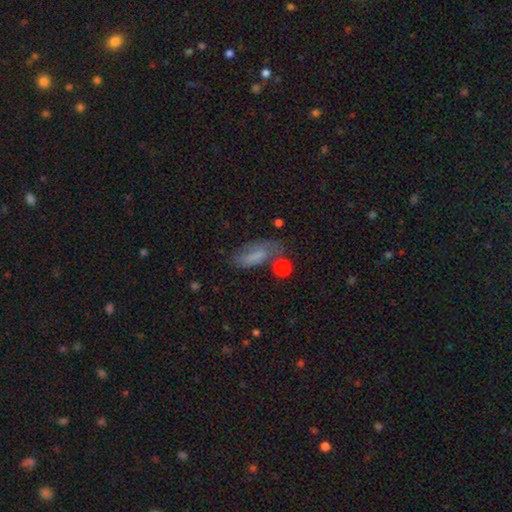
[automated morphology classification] This is likely a smooth galaxy (64%). How rounded: likely in between (74%). Merging: marginally none (45%).